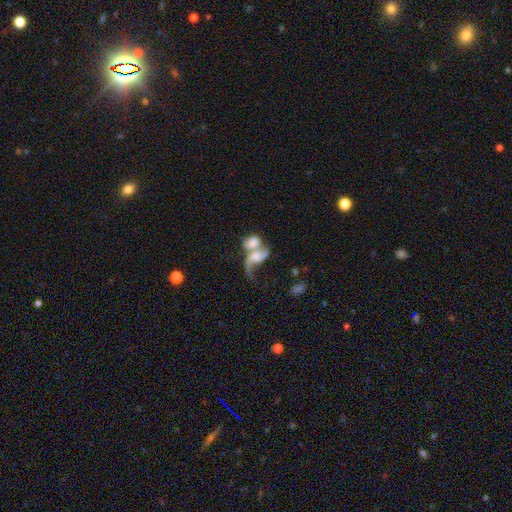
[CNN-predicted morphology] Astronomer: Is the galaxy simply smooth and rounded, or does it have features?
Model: featured or disk — 61%.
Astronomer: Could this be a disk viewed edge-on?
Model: no — 96%.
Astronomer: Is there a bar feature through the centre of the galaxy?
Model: no — 67%.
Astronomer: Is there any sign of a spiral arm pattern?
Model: yes — 73%.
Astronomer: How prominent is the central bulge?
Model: moderate — 29% (runner-up: none, 24%).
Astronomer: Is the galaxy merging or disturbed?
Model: merger — 70%.